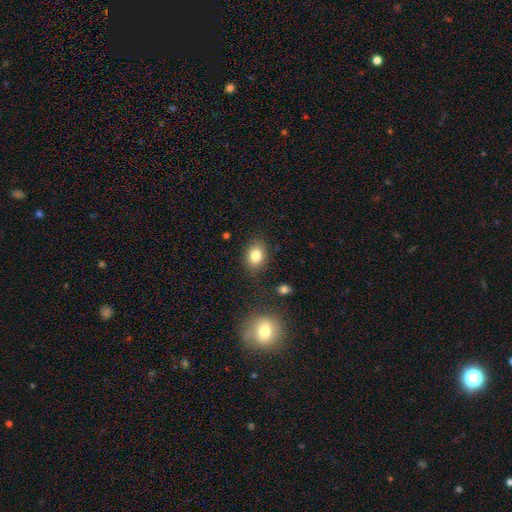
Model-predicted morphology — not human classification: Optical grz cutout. It shows a smooth galaxy with no disk features (82%) that is in between round and cigar-shaped (63%). Merging: none (83%).